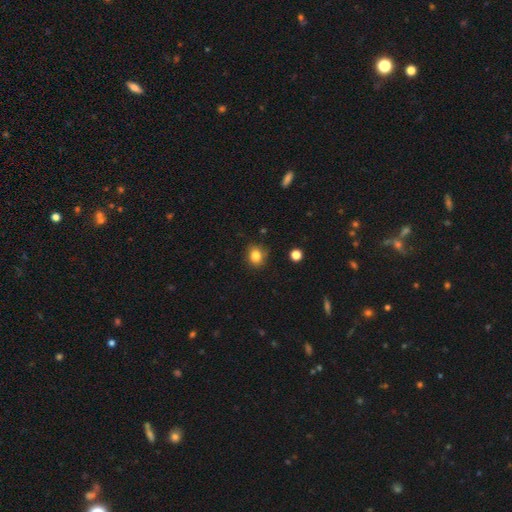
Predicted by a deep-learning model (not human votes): Q: Smooth or featured?
A: smooth (83%); runner-up: star or artifact (11%)
Q: How rounded?
A: round (68%); runner-up: in between (31%)
Q: Merging?
A: none (80%); runner-up: minor disturbance (15%)